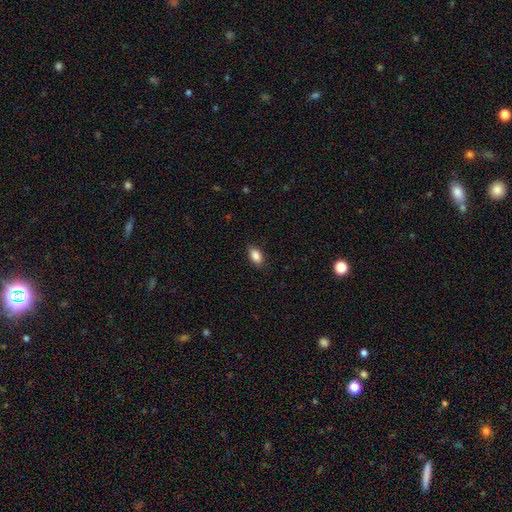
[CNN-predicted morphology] A smooth galaxy with no disk features (88%) that is in between round and cigar-shaped (90%). Merging: none (86%).